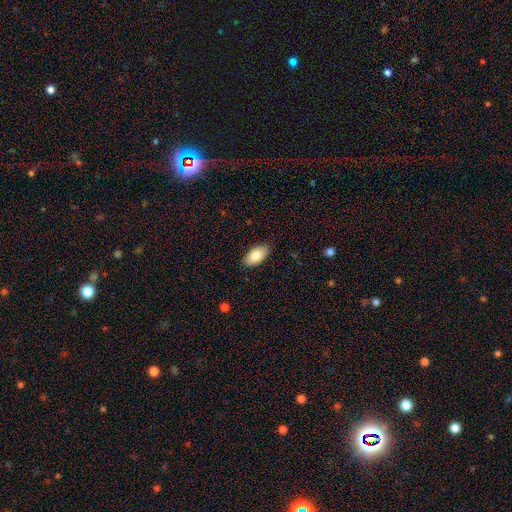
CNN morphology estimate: A smooth galaxy with no disk features (85%) that is in between round and cigar-shaped (94%). Merging: none (86%).